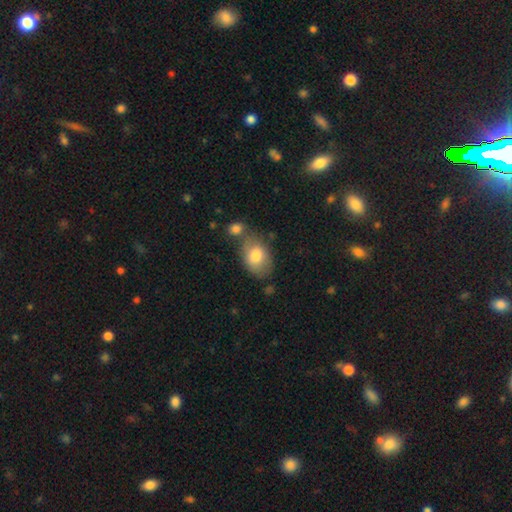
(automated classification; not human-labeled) Overall: smooth (79%). How rounded: in between (81%). Merging: none (56%; merger 19%).